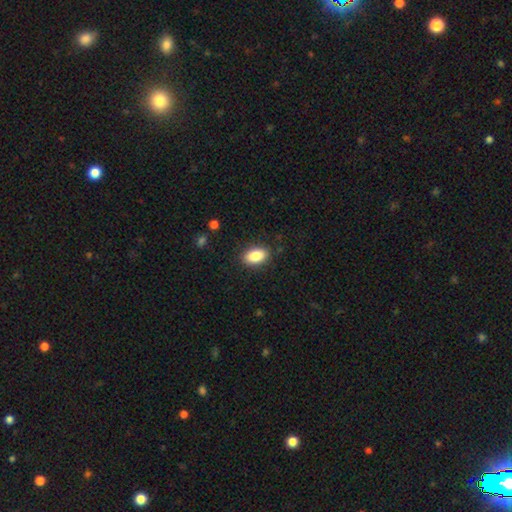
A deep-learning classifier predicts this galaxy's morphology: Overall: smooth (86%). How rounded: in between (91%). Merging: none (88%).